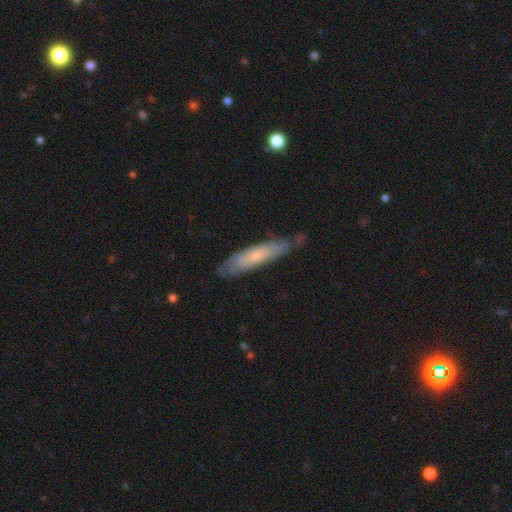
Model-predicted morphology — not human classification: Q: Smooth or featured?
A: smooth (50%); runner-up: featured or disk (43%)
Q: How rounded?
A: cigar-shaped (80%); runner-up: in between (18%)
Q: Merging?
A: none (71%); runner-up: minor disturbance (22%)